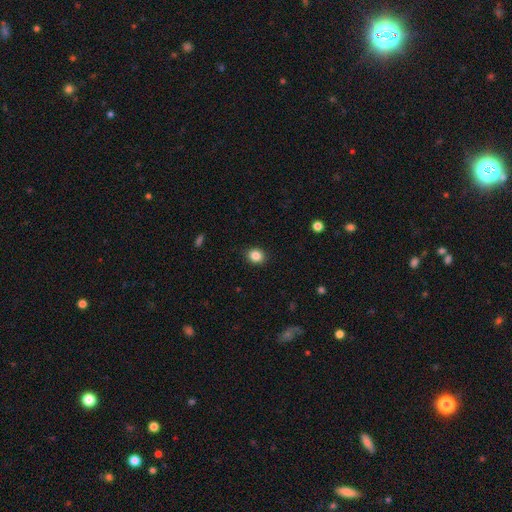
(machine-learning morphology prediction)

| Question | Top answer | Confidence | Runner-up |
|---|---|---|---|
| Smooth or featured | smooth | 85% | star or artifact (10%) |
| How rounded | round | 61% | in between (38%) |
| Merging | none | 90% | minor disturbance (7%) |